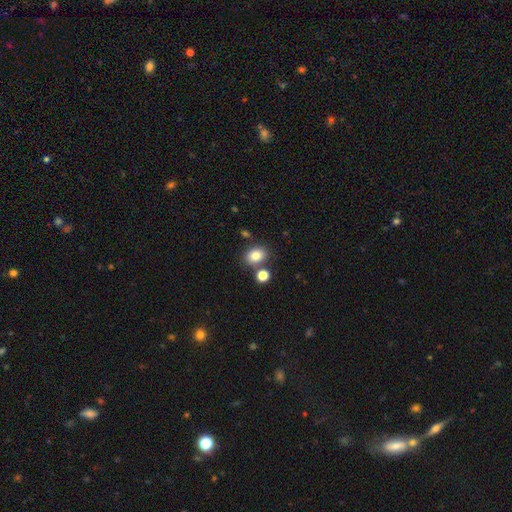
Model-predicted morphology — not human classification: smooth_or_featured: smooth (p=0.83) [alt: star or artifact p=0.10]
how_rounded: in between (p=0.60) [alt: round p=0.39]
merging: none (p=0.71) [alt: merger p=0.15]